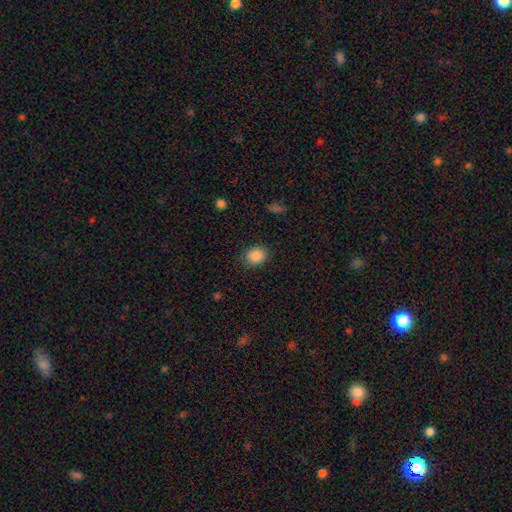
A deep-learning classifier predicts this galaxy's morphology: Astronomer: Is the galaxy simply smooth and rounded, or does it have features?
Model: smooth — 88%.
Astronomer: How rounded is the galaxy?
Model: round — 57% (runner-up: in between, 42%).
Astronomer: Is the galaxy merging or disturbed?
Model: none — 86%.